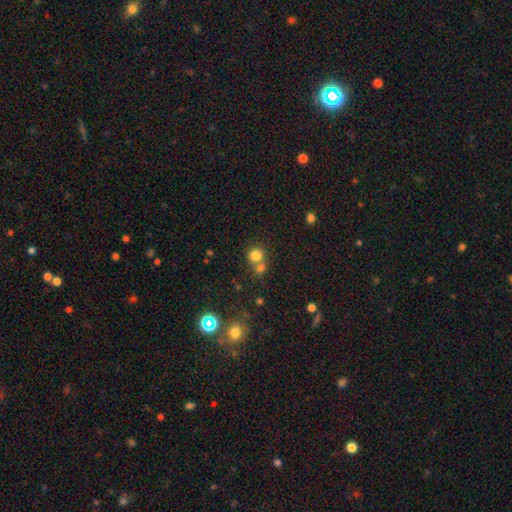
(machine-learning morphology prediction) smooth_or_featured: smooth (p=0.78) [alt: star or artifact p=0.14]
how_rounded: round (p=0.88) [alt: in between p=0.11]
merging: none (p=0.52) [alt: merger p=0.39]